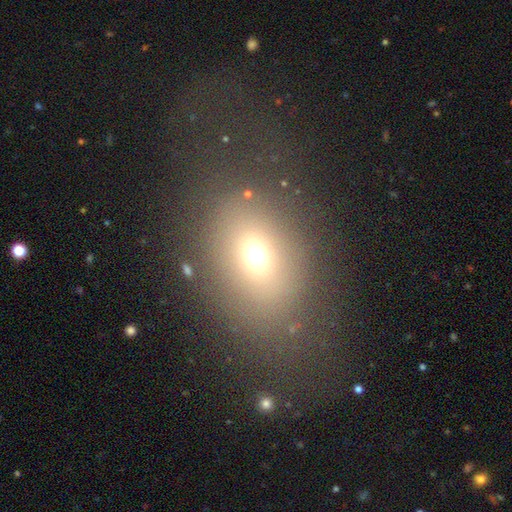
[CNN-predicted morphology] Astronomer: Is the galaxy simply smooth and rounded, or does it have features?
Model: smooth — 66%.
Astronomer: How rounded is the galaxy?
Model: in between — 58% (runner-up: round, 40%).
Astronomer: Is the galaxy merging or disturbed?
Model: none — 72%.